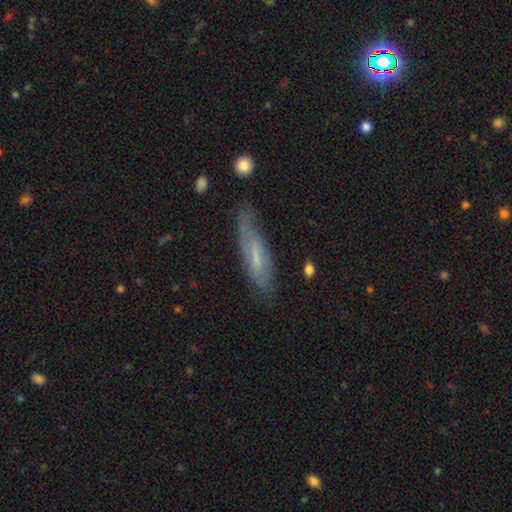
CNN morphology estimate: This appears to be a featured or disk galaxy (47%). Merging: none (67%).